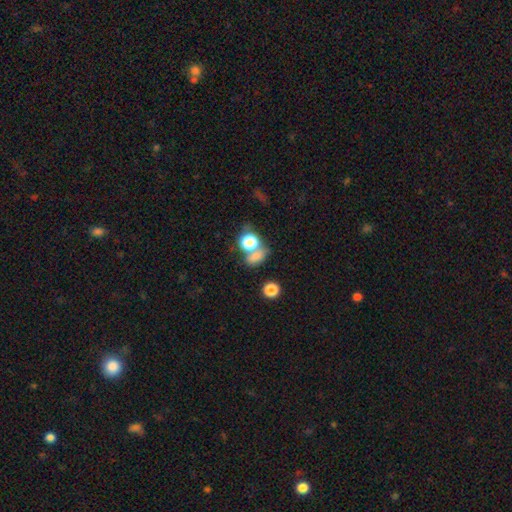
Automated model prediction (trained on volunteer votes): A smooth galaxy with no disk features (73%) that is in between round and cigar-shaped (51%).

Vote fractions:
- Smooth or featured? smooth: 73% / star or artifact: 16% / featured or disk: 11%
- How rounded? in between: 51% / round: 47% / cigar-shaped: 3%
- Merging? merger: 42% / none: 40% / minor disturbance: 11% / major disturbance: 8%